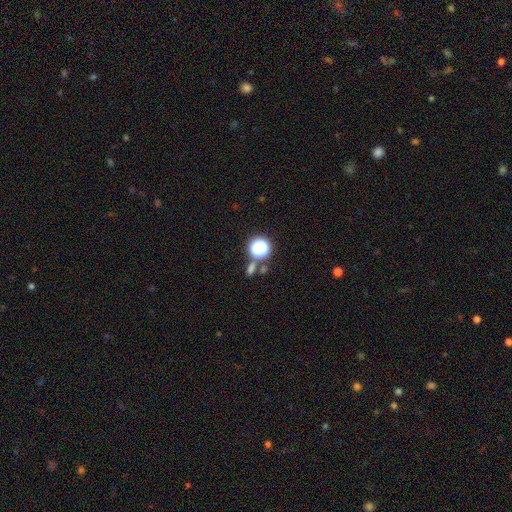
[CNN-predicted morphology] Smooth or featured? Predicted: star or artifact (p=0.67).